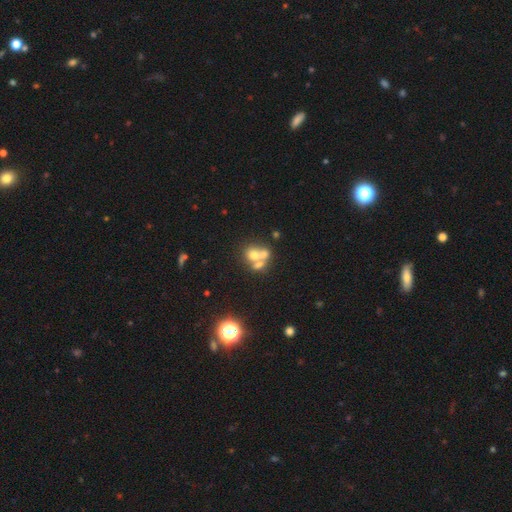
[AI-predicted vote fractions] smooth_or_featured: smooth (p=0.57) [alt: featured or disk p=0.27]
how_rounded: round (p=0.68) [alt: in between p=0.30]
merging: merger (p=0.58) [alt: none p=0.30]